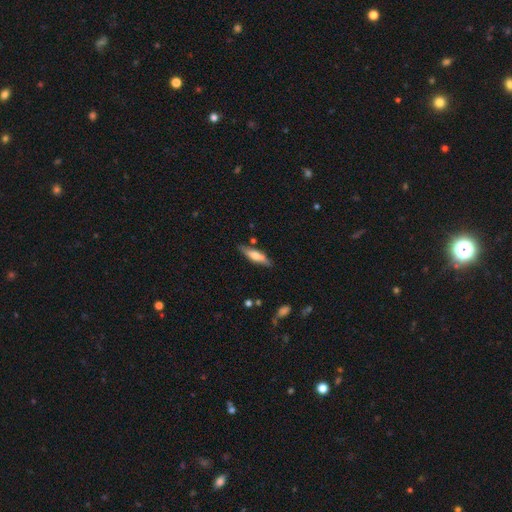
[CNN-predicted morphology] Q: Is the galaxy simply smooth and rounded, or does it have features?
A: smooth — 53%.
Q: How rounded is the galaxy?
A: cigar-shaped — 69%.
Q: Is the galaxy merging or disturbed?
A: none — 78%.